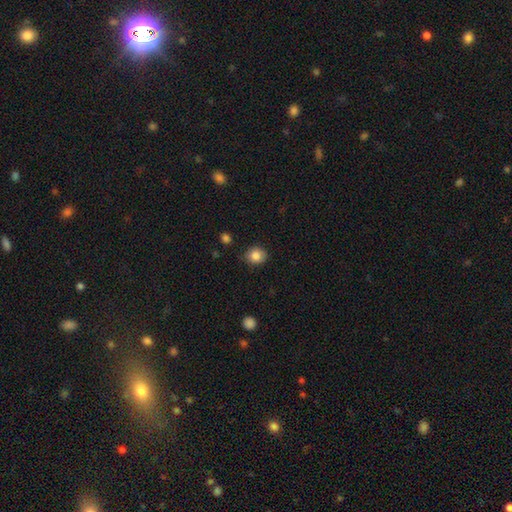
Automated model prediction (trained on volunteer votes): Smooth or featured? Predicted: smooth (p=0.85). How rounded? Predicted: round (p=0.76). Merging? Predicted: none (p=0.85).